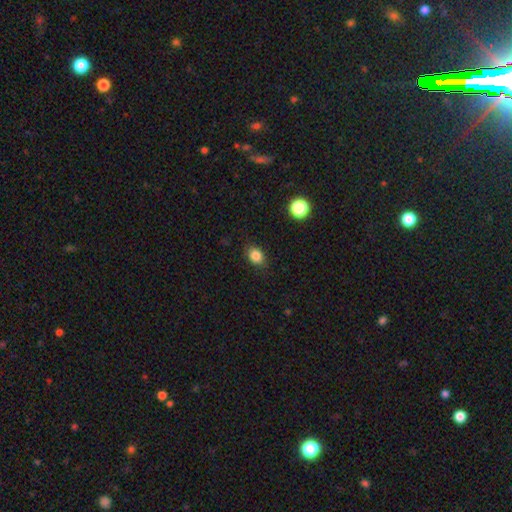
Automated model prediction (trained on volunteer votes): Overall: smooth (85%). How rounded: in between (62%; round 36%). Merging: none (84%).